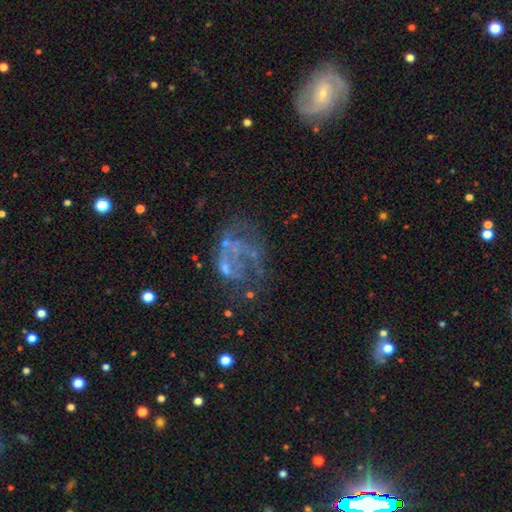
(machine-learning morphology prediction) A featured or disk galaxy (57%) with no bar (81%), no spiral arms (62%) and no central bulge (64%). Merging: major disturbance (37%).